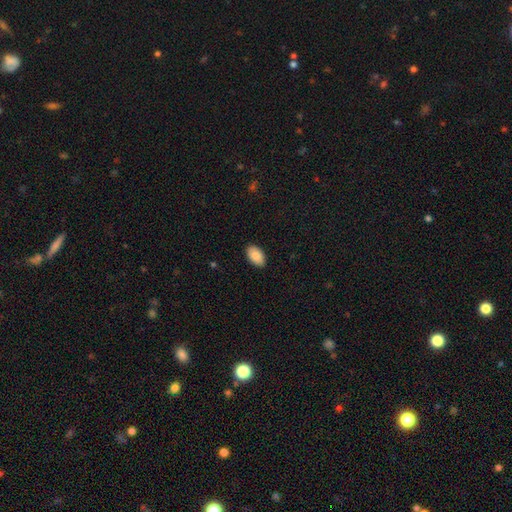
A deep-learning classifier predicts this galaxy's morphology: type=smooth (89%); roundness=in between (94%); merging=none (88%).